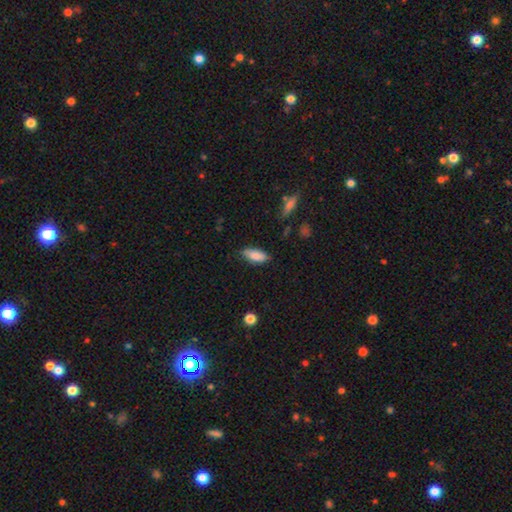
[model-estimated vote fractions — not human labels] smooth_or_featured: smooth (p=0.83) [alt: featured or disk p=0.11]
how_rounded: in between (p=0.82) [alt: cigar-shaped p=0.16]
merging: none (p=0.77) [alt: minor disturbance p=0.19]